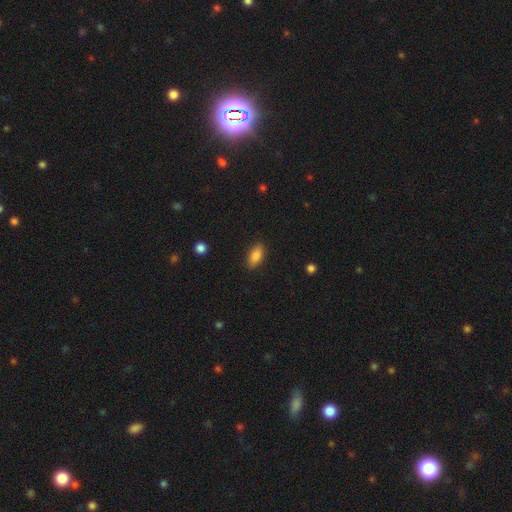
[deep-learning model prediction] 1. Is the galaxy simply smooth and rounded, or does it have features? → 82% smooth, 10% featured or disk, 8% star or artifact.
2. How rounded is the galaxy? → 86% in between, 10% cigar-shaped, 4% round.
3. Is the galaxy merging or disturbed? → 87% none, 9% minor disturbance, 2% major disturbance, 1% merger.